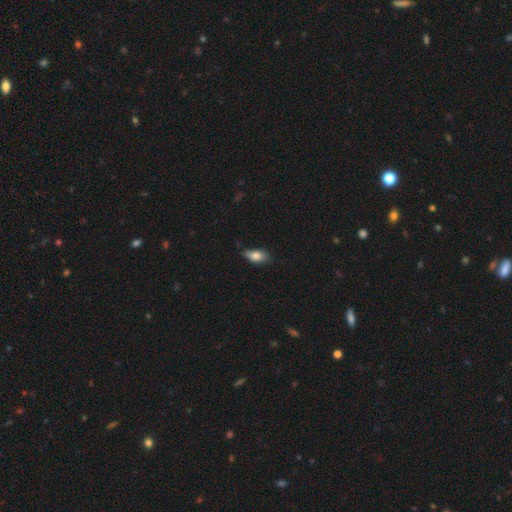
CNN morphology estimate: Smooth or featured?
  - smooth: 76% *
  - featured or disk: 16%
  - star or artifact: 8%
How rounded?
  - in between: 85% *
  - cigar-shaped: 10%
  - round: 5%
Merging?
  - none: 69% *
  - minor disturbance: 25%
  - major disturbance: 4%
  - merger: 2%